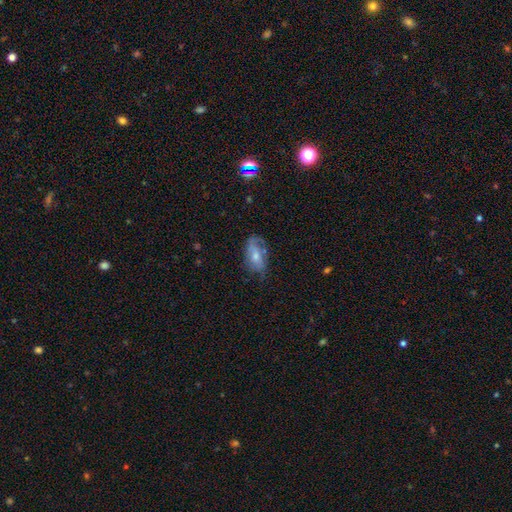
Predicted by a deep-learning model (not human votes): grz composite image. It shows a smooth galaxy with no disk features (52%) that is in between round and cigar-shaped (89%). Merging: none (49%).